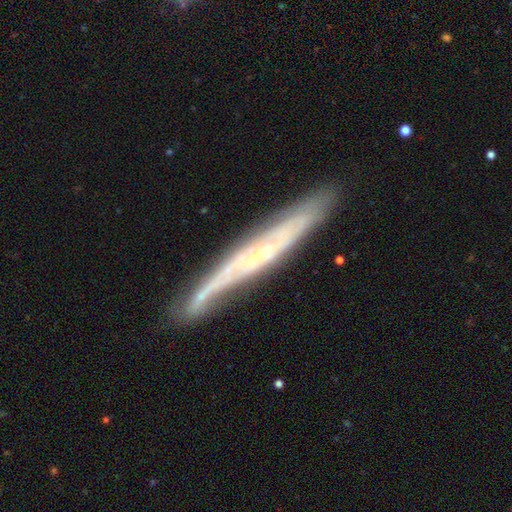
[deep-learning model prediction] Smooth or featured? featured or disk (77%)
Edge-on disk? yes (74%)
Edge-on bulge? none (61%)
Merging? none (78%)